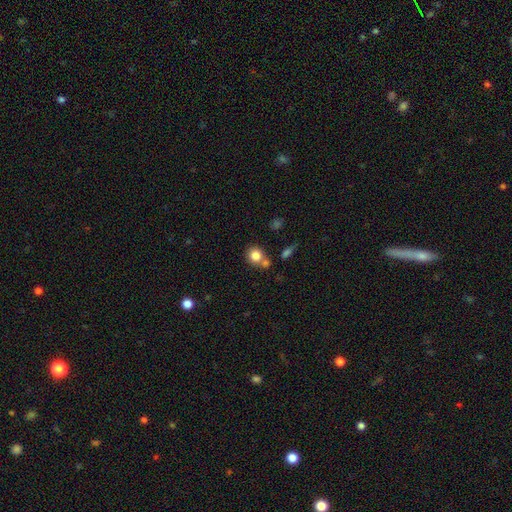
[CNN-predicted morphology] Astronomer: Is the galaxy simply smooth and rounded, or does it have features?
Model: smooth — 81%.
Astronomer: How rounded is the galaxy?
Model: round — 83%.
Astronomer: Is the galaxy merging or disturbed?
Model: none — 57%.